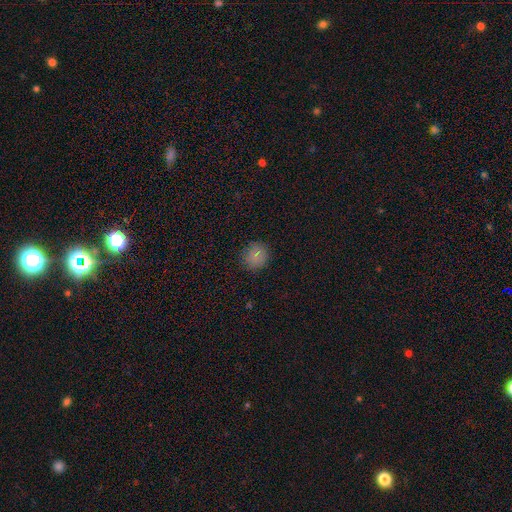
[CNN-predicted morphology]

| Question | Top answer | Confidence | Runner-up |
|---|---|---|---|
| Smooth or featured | smooth | 81% | star or artifact (13%) |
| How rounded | round | 87% | in between (12%) |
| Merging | none | 87% | minor disturbance (10%) |